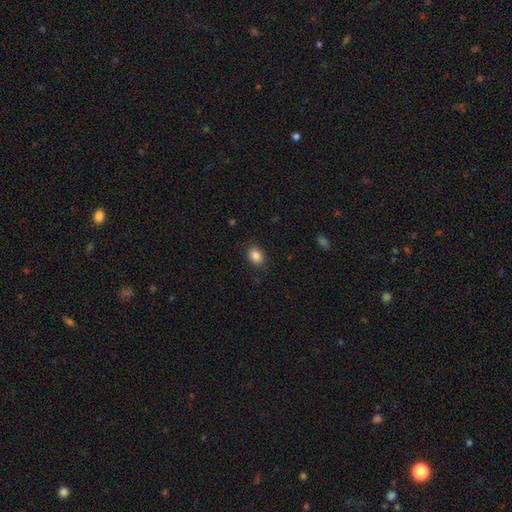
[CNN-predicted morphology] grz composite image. It shows a smooth galaxy with no disk features (87%) that is in between round and cigar-shaped (64%). Merging: none (86%).